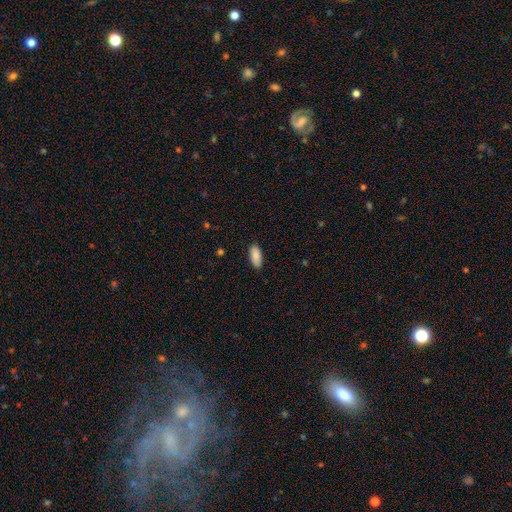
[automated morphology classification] Smooth or featured?
  - smooth: 89% *
  - star or artifact: 6%
  - featured or disk: 5%
How rounded?
  - in between: 85% *
  - cigar-shaped: 13%
  - round: 2%
Merging?
  - none: 86% *
  - minor disturbance: 11%
  - major disturbance: 2%
  - merger: 1%